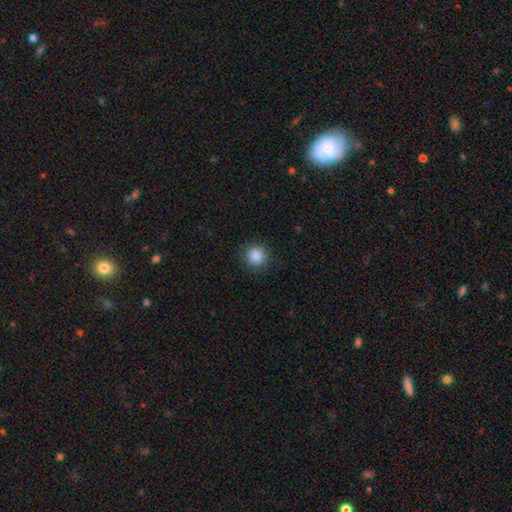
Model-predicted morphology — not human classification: Q: Smooth or featured?
A: smooth (87%); runner-up: star or artifact (10%)
Q: How rounded?
A: round (94%); runner-up: in between (5%)
Q: Merging?
A: none (89%); runner-up: minor disturbance (8%)